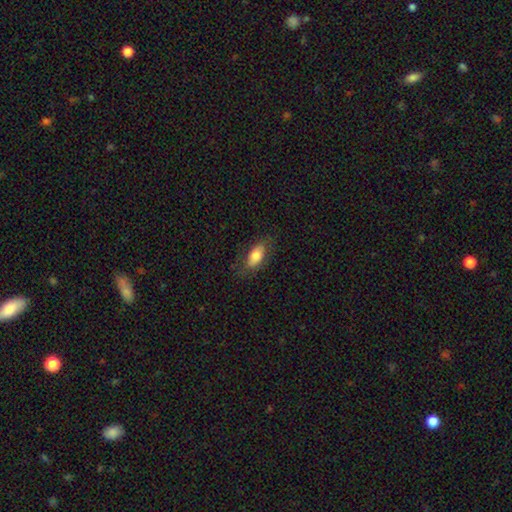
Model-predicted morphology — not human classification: The model was most divided on "smooth or featured": smooth: 74%, featured or disk: 20%, star or artifact: 7%. More confident: how rounded — in between (86%); merging — none (76%).